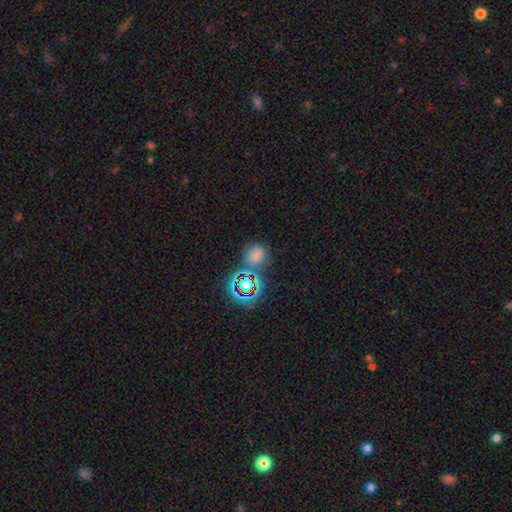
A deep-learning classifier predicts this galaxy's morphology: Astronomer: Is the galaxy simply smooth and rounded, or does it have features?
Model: smooth — 61%.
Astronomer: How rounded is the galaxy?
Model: round — 76%.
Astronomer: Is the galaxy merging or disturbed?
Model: none — 67%.